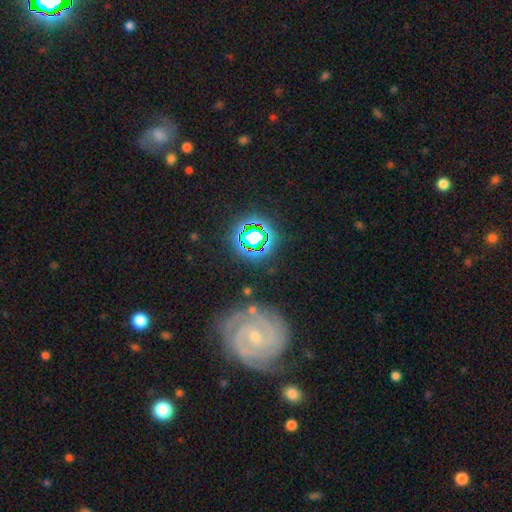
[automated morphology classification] Smooth or featured: featured or disk — 52% (star or artifact — 31%)
Edge-on disk: no — 91% (yes — 9%)
Merging: none — 82% (minor disturbance — 10%)